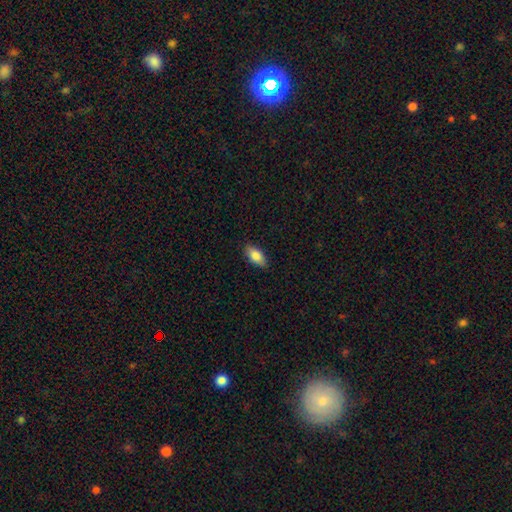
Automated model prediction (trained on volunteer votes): Q: Smooth or featured?
A: smooth (82%); runner-up: featured or disk (11%)
Q: How rounded?
A: in between (88%); runner-up: cigar-shaped (9%)
Q: Merging?
A: none (87%); runner-up: minor disturbance (10%)